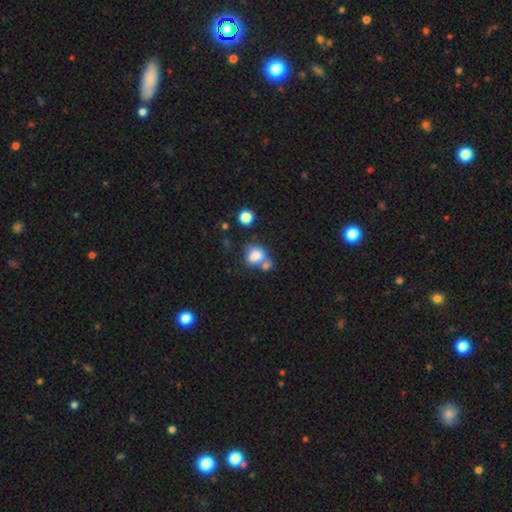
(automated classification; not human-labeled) smooth_or_featured: smooth (p=0.78) [alt: featured or disk p=0.12]
how_rounded: in between (p=0.53) [alt: round p=0.46]
merging: merger (p=0.47) [alt: none p=0.32]